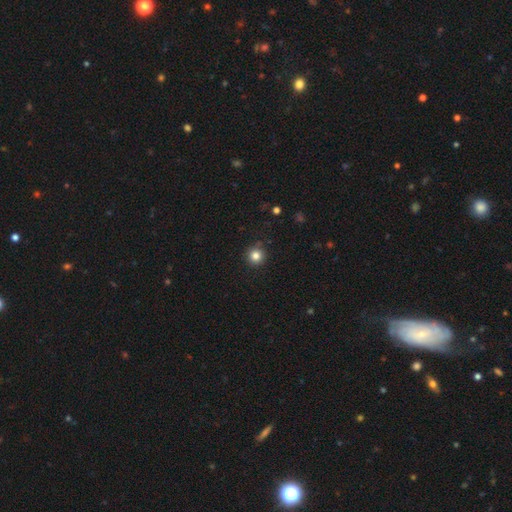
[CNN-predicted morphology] Smooth or featured: smooth — 83% (star or artifact — 12%)
How rounded: round — 95% (in between — 4%)
Merging: none — 90% (minor disturbance — 7%)